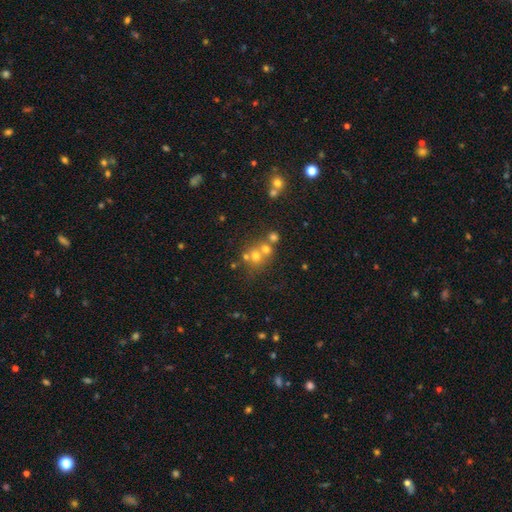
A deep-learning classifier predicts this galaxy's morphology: The model was most divided on "merging": none: 45%, merger: 43%, minor disturbance: 8%, major disturbance: 5%. More confident: how rounded — round (81%); smooth or featured — smooth (52%).